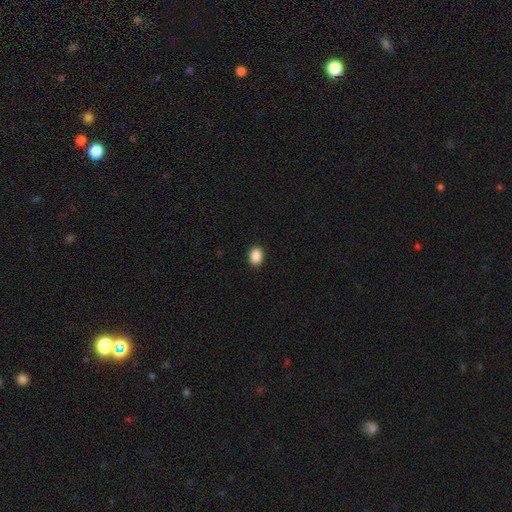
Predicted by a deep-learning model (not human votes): smooth_or_featured: smooth (p=0.89) [alt: star or artifact p=0.09]
how_rounded: in between (p=0.64) [alt: round p=0.35]
merging: none (p=0.91) [alt: minor disturbance p=0.06]